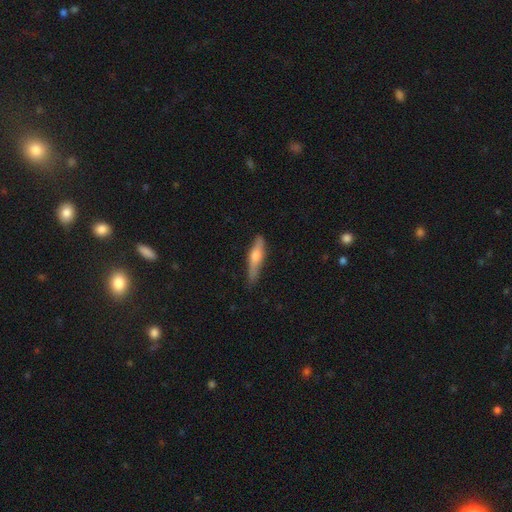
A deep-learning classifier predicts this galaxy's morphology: The model was most divided on "smooth or featured": smooth: 48%, featured or disk: 47%, star or artifact: 6%. More confident: merging — none (76%).